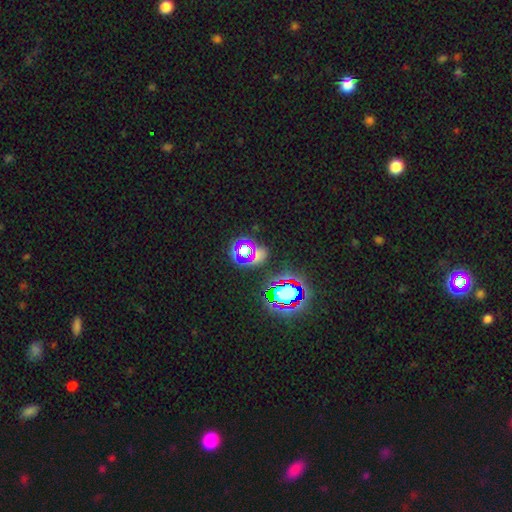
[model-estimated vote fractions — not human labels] smooth-or-featured: star or artifact: 63% | smooth: 21% | featured or disk: 15%